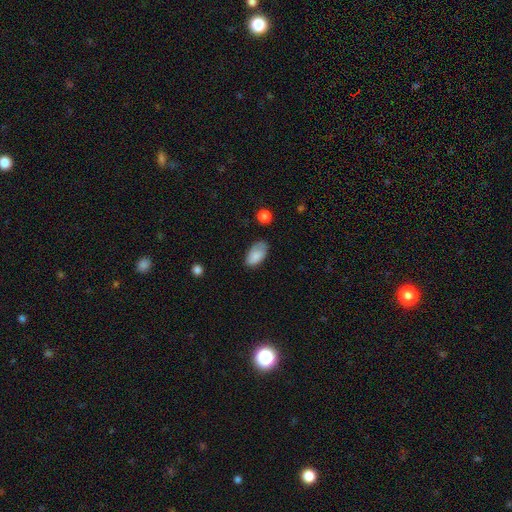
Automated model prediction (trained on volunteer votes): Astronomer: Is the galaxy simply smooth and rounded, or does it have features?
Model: smooth — 85%.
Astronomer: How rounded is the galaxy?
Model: in between — 94%.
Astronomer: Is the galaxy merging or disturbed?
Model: none — 66%.